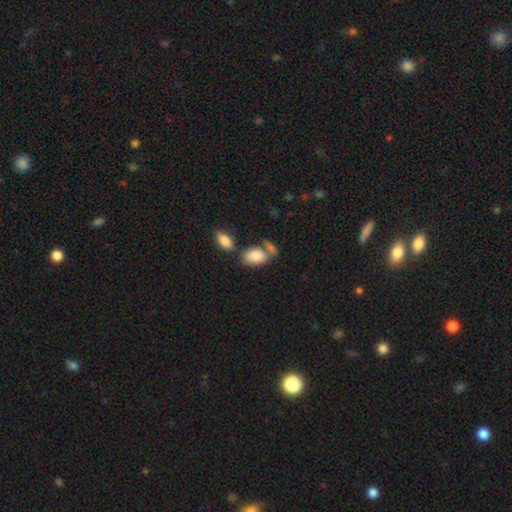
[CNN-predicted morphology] Smooth or featured?
  - smooth: 84% *
  - featured or disk: 9%
  - star or artifact: 7%
How rounded?
  - in between: 92% *
  - round: 6%
  - cigar-shaped: 2%
Merging?
  - none: 48% *
  - merger: 31%
  - minor disturbance: 16%
  - major disturbance: 6%